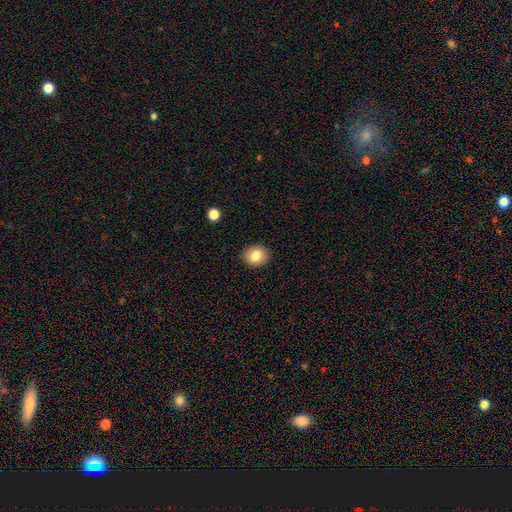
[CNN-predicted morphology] Smooth or featured? Predicted: smooth (p=0.82). How rounded? Predicted: round (p=0.60). Merging? Predicted: none (p=0.90).